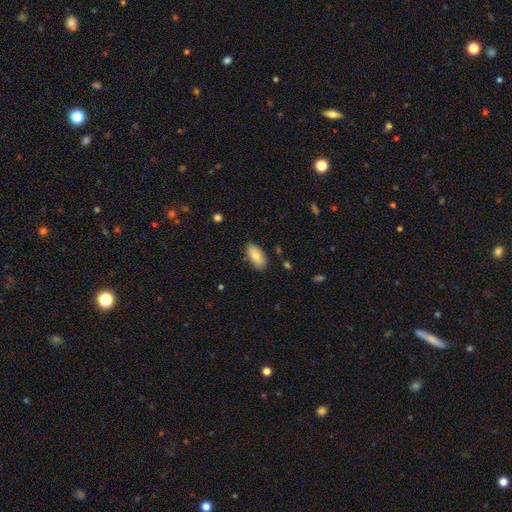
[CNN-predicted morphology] A smooth galaxy with no disk features (79%) that is in between round and cigar-shaped (90%).

Vote fractions:
- Smooth or featured? smooth: 79% / featured or disk: 15% / star or artifact: 6%
- How rounded? in between: 90% / cigar-shaped: 7% / round: 2%
- Merging? none: 86% / minor disturbance: 11% / major disturbance: 2% / merger: 1%